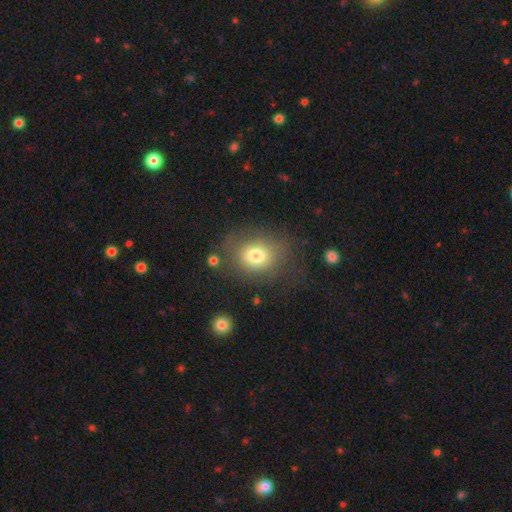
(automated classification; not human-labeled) The model was most divided on "how rounded": round: 61%, in between: 38%, cigar-shaped: 1%. More confident: smooth or featured — smooth (74%); merging — none (66%).